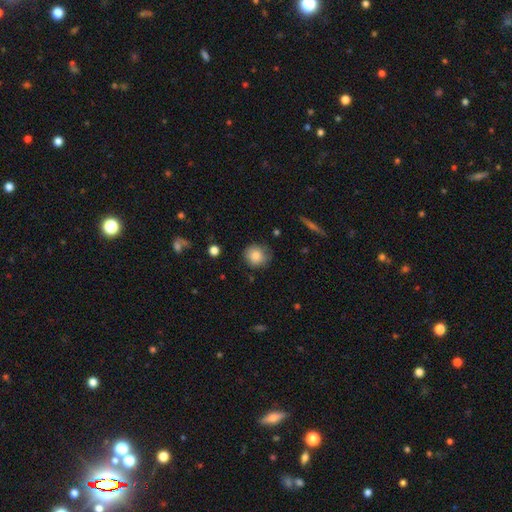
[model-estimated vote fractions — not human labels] This is clearly a smooth galaxy (83%). How rounded: clearly round (89%). Merging: likely none (76%).